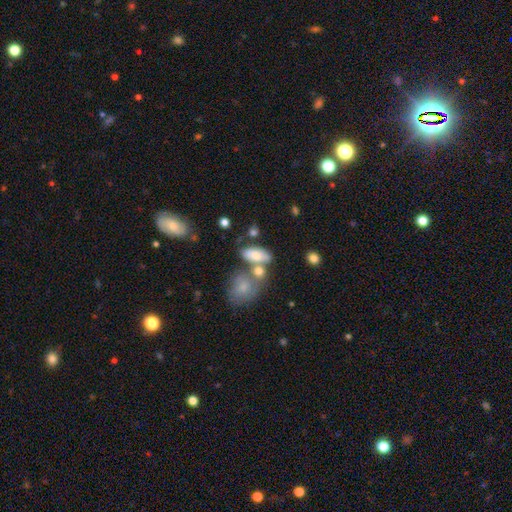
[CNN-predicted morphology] smooth-or-featured: smooth: 73% | featured or disk: 19% | star or artifact: 9%
  how-rounded: in between: 81% | cigar-shaped: 11% | round: 8%
  merging: none: 40% | merger: 38% | minor disturbance: 15% | major disturbance: 8%